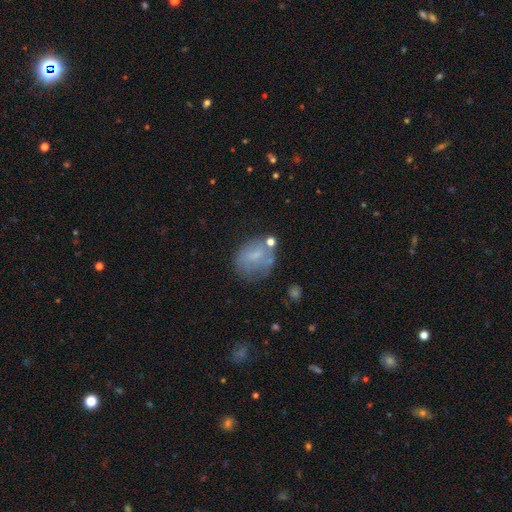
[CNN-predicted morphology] This is possibly a smooth galaxy (58%). How rounded: possibly round (55%). Merging: possibly none (53%).